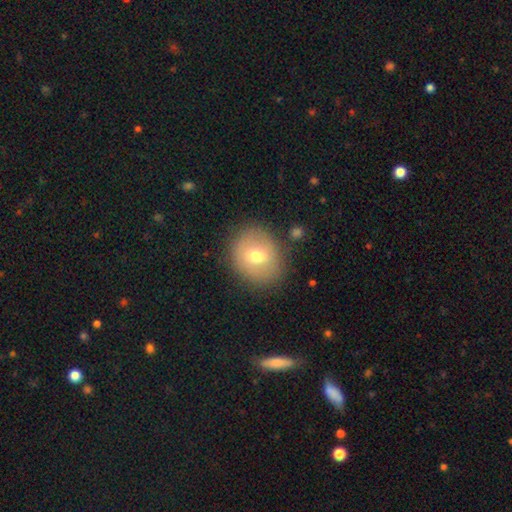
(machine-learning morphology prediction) smooth-or-featured: smooth: 64% | featured or disk: 27% | star or artifact: 10%
  how-rounded: round: 67% | in between: 32% | cigar-shaped: 1%
  merging: none: 83% | minor disturbance: 11% | major disturbance: 4% | merger: 2%